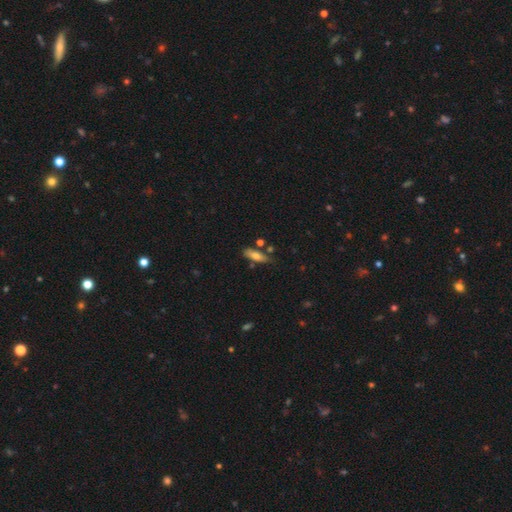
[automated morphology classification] smooth 70%, featured or disk 23%, star or artifact 7%. Down the decision tree: how rounded — in between (52%); merging — none (69%).